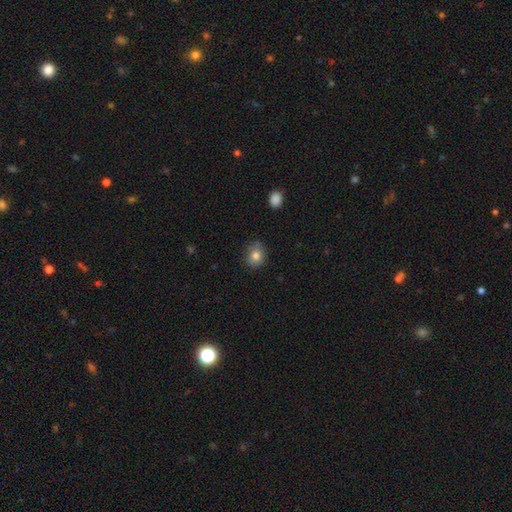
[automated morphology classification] This is clearly a smooth galaxy (81%). How rounded: likely round (64%). Merging: likely none (77%).